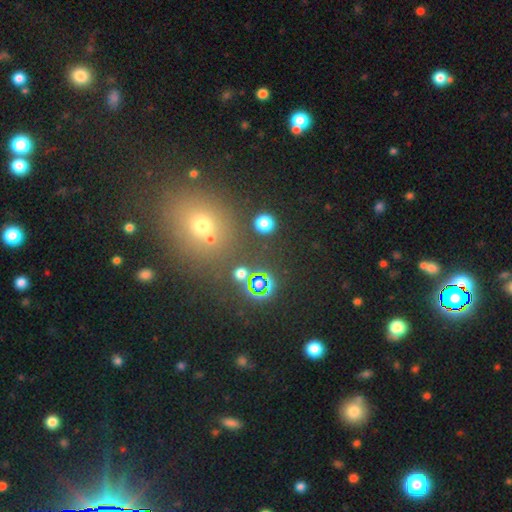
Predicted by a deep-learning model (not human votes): This appears to be a smooth galaxy with no disk features (49%). Merging: none (82%).